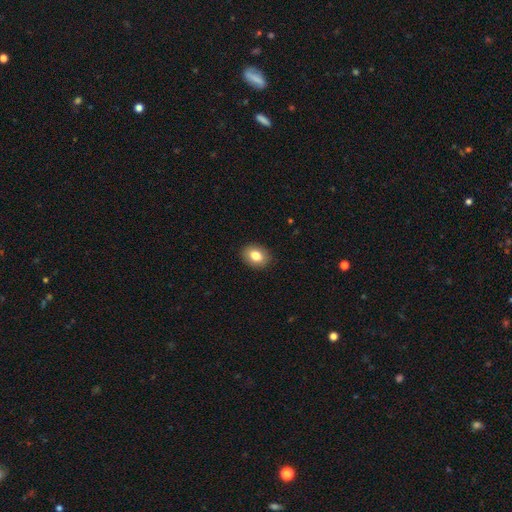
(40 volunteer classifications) smooth-or-featured: smooth: 85% | featured or disk: 12% | star or artifact: 2%
  how-rounded: in between: 68% | round: 32% | cigar-shaped: 0%
  merging: none: 97% | merger: 3% | minor disturbance: 0% | major disturbance: 0%